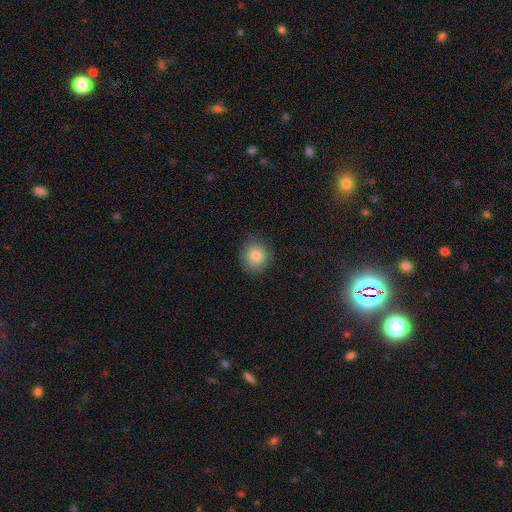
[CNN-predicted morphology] Smooth or featured? Predicted: smooth (p=0.83). How rounded? Predicted: round (p=0.85). Merging? Predicted: none (p=0.86).